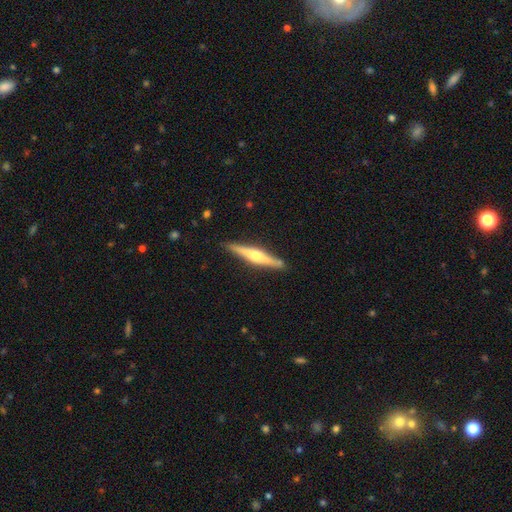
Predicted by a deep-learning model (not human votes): smooth_or_featured: featured or disk (p=0.68) [alt: smooth p=0.27]
disk_edge_on: yes (p=0.97) [alt: no p=0.03]
edge_on_bulge: rounded (p=0.89) [alt: boxy p=0.06]
merging: none (p=0.88) [alt: minor disturbance p=0.09]